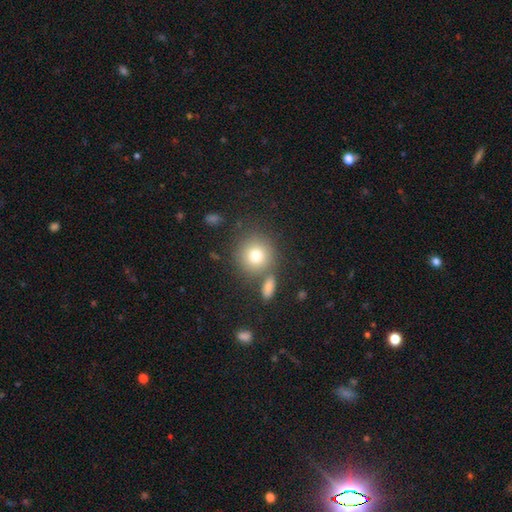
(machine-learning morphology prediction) Q: Smooth or featured?
A: smooth (77%); runner-up: featured or disk (12%)
Q: How rounded?
A: round (90%); runner-up: in between (9%)
Q: Merging?
A: none (72%); runner-up: merger (15%)